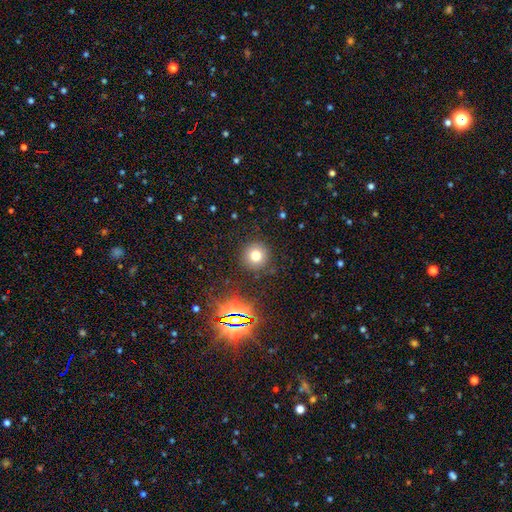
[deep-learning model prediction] This is likely a smooth galaxy (72%). How rounded: clearly round (93%). Merging: clearly none (88%).